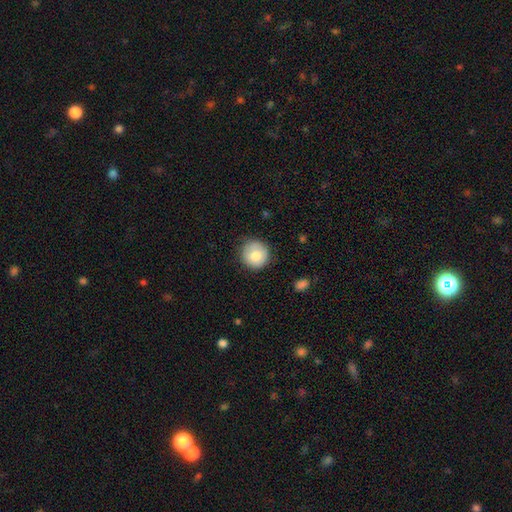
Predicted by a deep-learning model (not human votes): This is likely a smooth galaxy (77%). How rounded: clearly round (92%). Merging: likely none (79%).